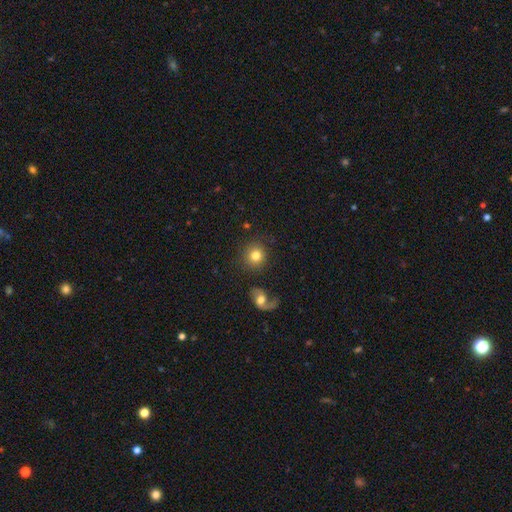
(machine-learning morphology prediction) This appears to be a smooth galaxy with no disk features (79%) that is round (89%). Merging: none (80%).